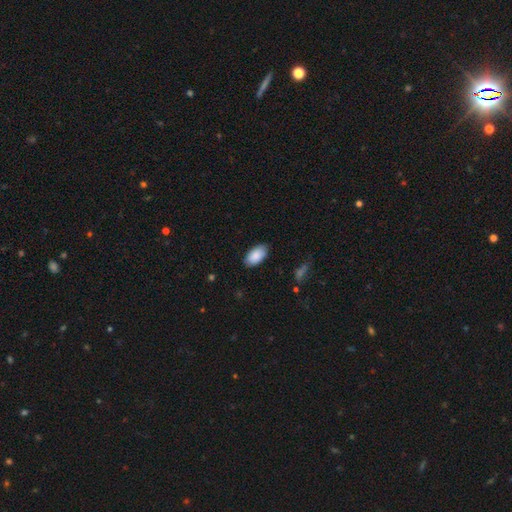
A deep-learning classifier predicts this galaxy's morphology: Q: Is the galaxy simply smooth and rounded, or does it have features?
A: smooth — 88%.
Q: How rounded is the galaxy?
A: in between — 95%.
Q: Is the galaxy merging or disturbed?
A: none — 84%.